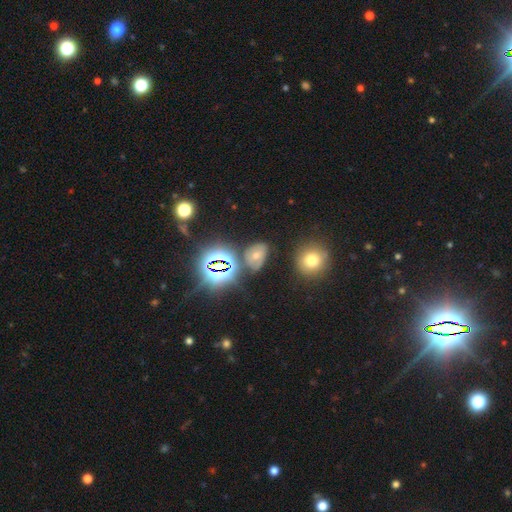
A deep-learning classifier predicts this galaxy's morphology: A smooth galaxy with no disk features (42%).

Vote fractions:
- Smooth or featured? smooth: 42% / star or artifact: 34% / featured or disk: 24%
- Merging? none: 64% / minor disturbance: 20% / major disturbance: 9% / merger: 7%